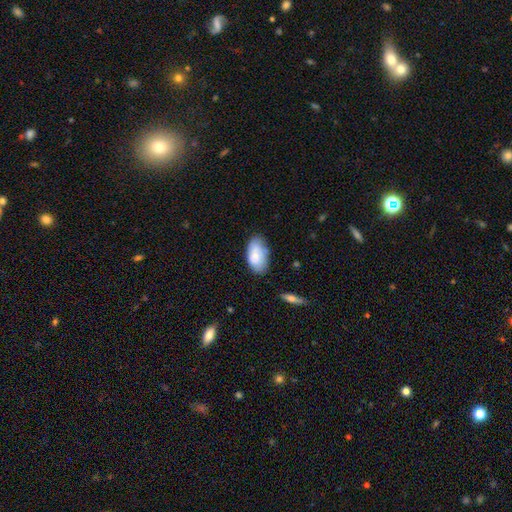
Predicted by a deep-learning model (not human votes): This appears to be a smooth galaxy with no disk features (74%) that is in between round and cigar-shaped (94%). Merging: none (68%).